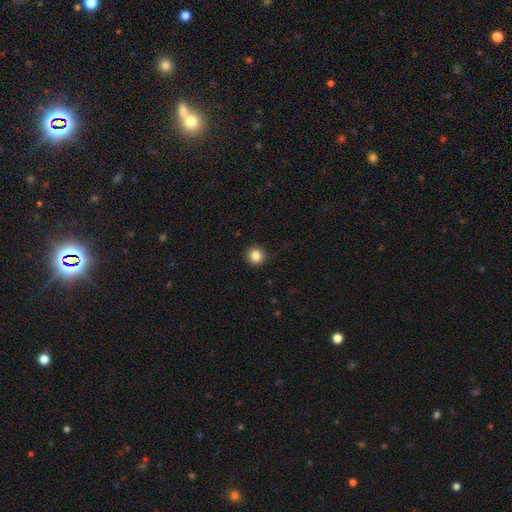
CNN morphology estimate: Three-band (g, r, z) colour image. It shows a smooth galaxy with no disk features (84%) that is round (94%). Merging: none (92%).